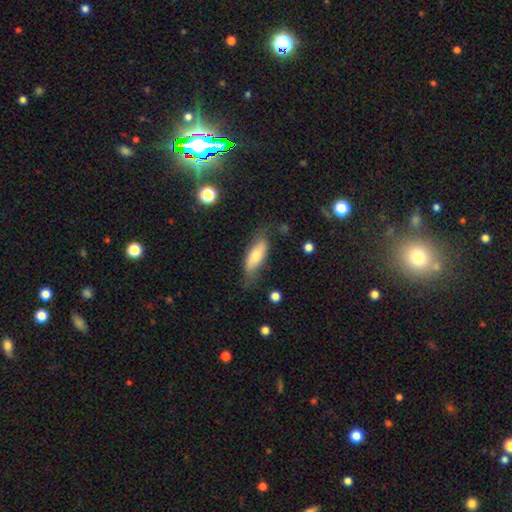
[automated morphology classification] type=smooth (64%); roundness=in between (62%); merging=none (65%).